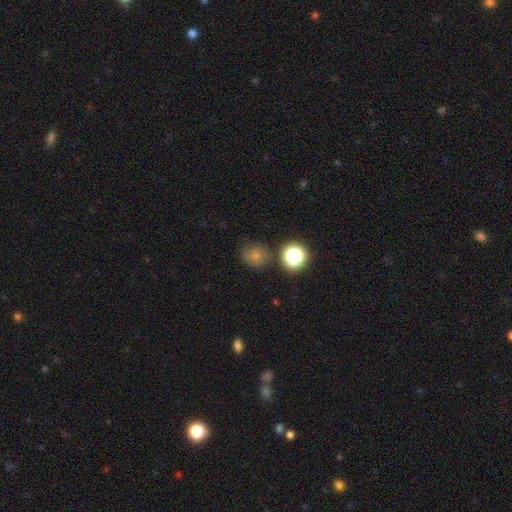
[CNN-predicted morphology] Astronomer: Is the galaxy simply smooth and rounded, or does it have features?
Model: smooth — 68%.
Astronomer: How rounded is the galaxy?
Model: round — 83%.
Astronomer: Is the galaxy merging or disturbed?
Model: none — 70%.